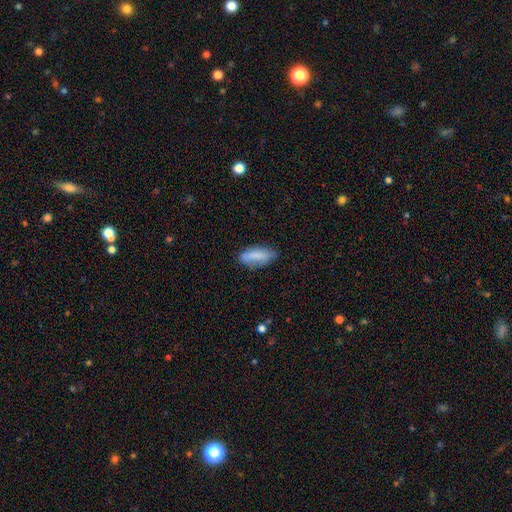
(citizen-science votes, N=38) Smooth or featured? 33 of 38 (87%) said smooth. How rounded? 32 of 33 (97%) said in between. Merging? 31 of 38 (82%) said none.